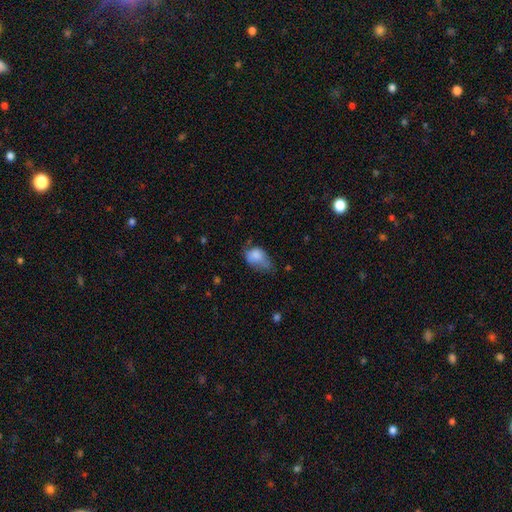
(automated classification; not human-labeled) smooth_or_featured: smooth (p=0.76) [alt: featured or disk p=0.15]
how_rounded: in between (p=0.80) [alt: round p=0.19]
merging: minor disturbance (p=0.42) [alt: major disturbance p=0.30]